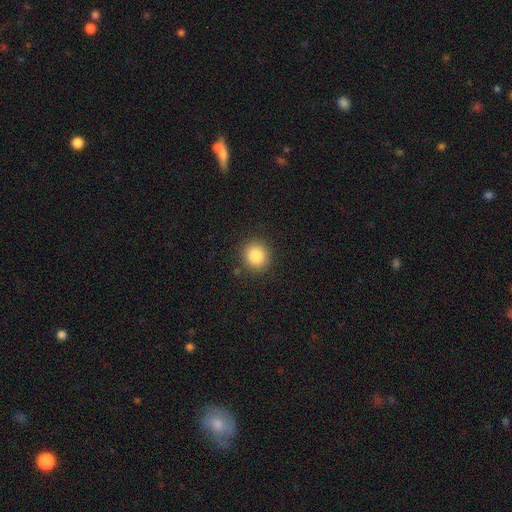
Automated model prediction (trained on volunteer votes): Morphology: type=smooth (85%); roundness=round (89%); merging=none (89%).